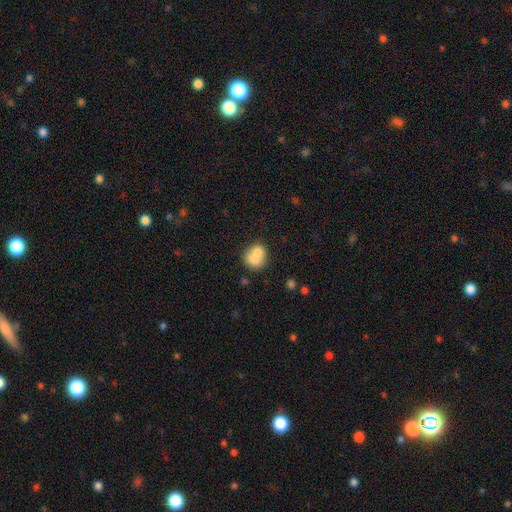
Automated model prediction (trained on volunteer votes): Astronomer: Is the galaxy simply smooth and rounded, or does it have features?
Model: smooth — 72%.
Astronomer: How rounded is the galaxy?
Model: round — 68%.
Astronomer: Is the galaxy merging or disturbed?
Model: merger — 55% (runner-up: none, 33%).